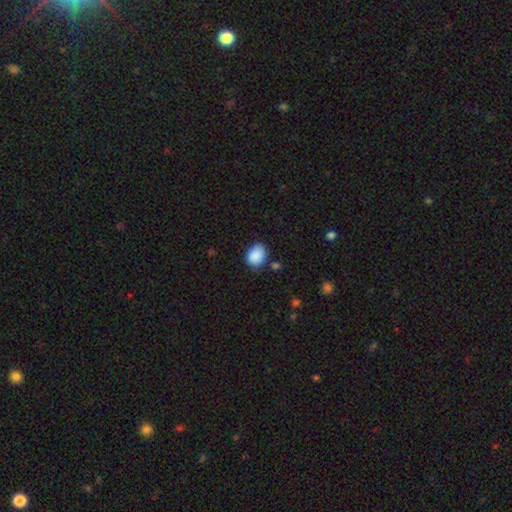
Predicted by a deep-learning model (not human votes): A smooth galaxy with no disk features (89%) that is in between round and cigar-shaped (58%). Merging: none (72%).